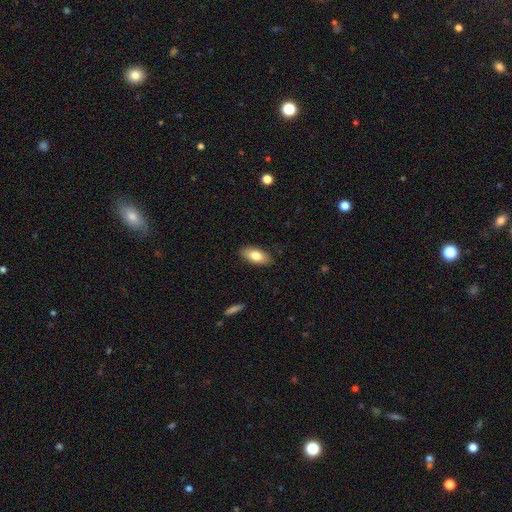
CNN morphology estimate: Q: Smooth or featured?
A: smooth (79%); runner-up: featured or disk (15%)
Q: How rounded?
A: in between (90%); runner-up: cigar-shaped (8%)
Q: Merging?
A: none (88%); runner-up: minor disturbance (9%)